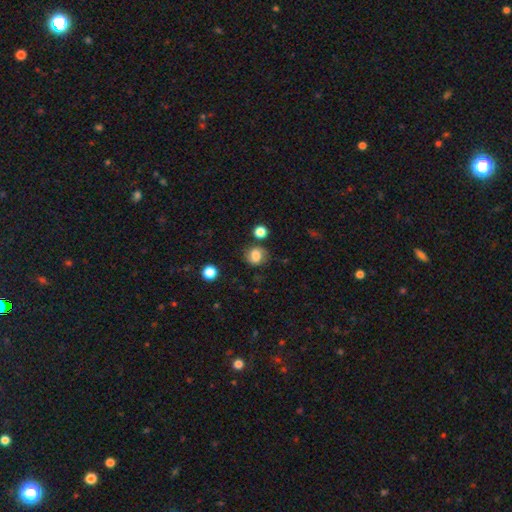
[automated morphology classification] smooth-or-featured: smooth: 72% | featured or disk: 17% | star or artifact: 11%
  how-rounded: round: 75% | in between: 24% | cigar-shaped: 1%
  merging: none: 75% | minor disturbance: 15% | merger: 5% | major disturbance: 5%